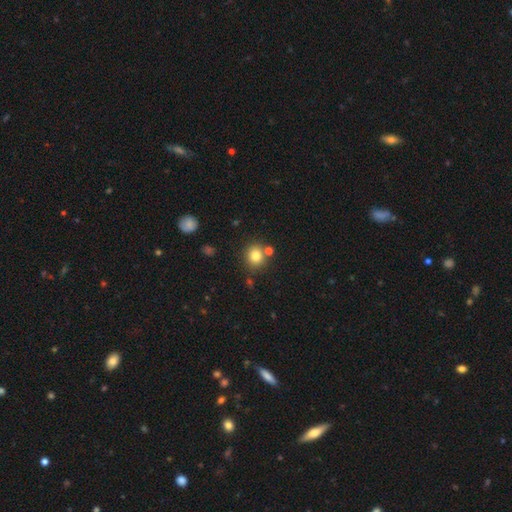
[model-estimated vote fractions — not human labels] Smooth or featured: smooth — 79% (star or artifact — 12%)
How rounded: round — 86% (in between — 13%)
Merging: none — 77% (merger — 11%)